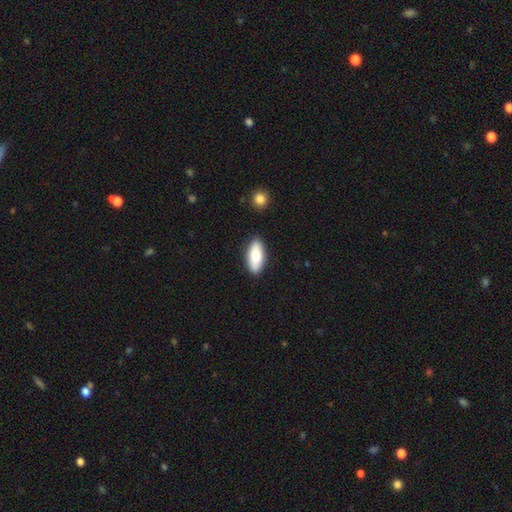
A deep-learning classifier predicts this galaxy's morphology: smooth-or-featured: smooth: 79% | featured or disk: 15% | star or artifact: 6%
  how-rounded: in between: 86% | cigar-shaped: 12% | round: 2%
  merging: none: 87% | minor disturbance: 9% | major disturbance: 2% | merger: 2%